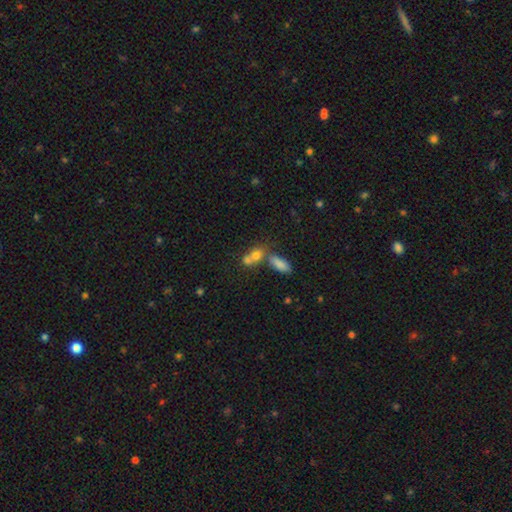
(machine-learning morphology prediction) type=smooth (71%); roundness=in between (61%); merging=merger (54%).